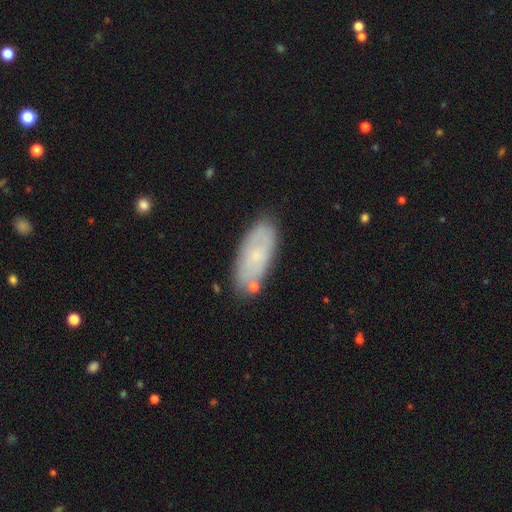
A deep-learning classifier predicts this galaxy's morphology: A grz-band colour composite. It shows a smooth galaxy with no disk features (61%) that is in between round and cigar-shaped (84%). Merging: none (77%).